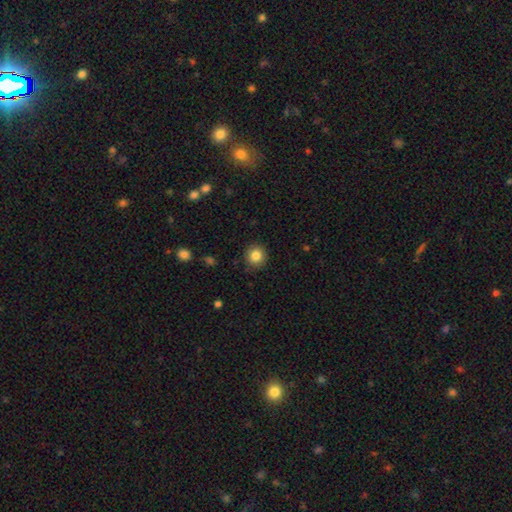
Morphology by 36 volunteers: type=smooth (89%); roundness=round (94%); merging=none (91%).